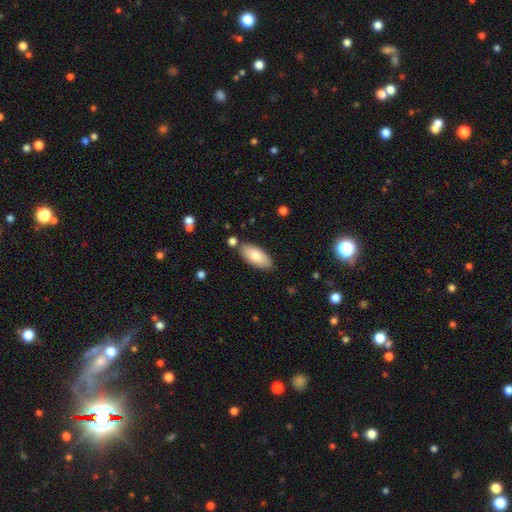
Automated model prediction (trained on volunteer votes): smooth 82%, featured or disk 12%, star or artifact 6%. Down the decision tree: how rounded — in between (87%); merging — none (80%).